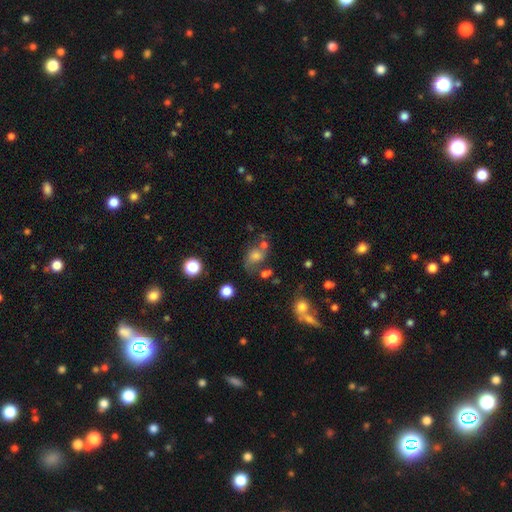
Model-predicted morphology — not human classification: smooth 58%, featured or disk 25%, star or artifact 16%. Down the decision tree: how rounded — in between (54%); merging — none (42%).